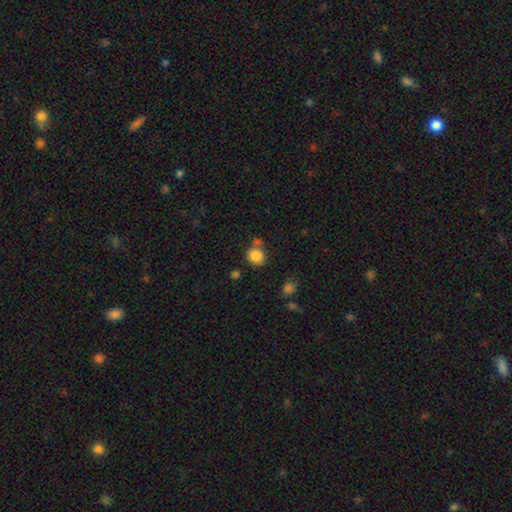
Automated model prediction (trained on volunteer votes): Overall: smooth (85%). How rounded: round (79%). Merging: none (70%).